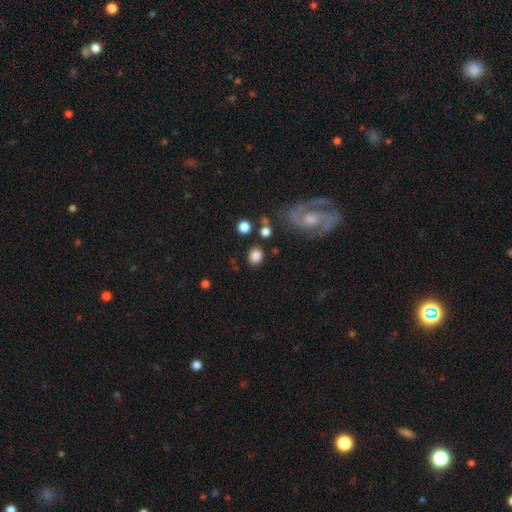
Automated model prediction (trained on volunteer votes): Q: Smooth or featured?
A: smooth (81%); runner-up: star or artifact (10%)
Q: How rounded?
A: round (63%); runner-up: in between (36%)
Q: Merging?
A: none (81%); runner-up: minor disturbance (10%)